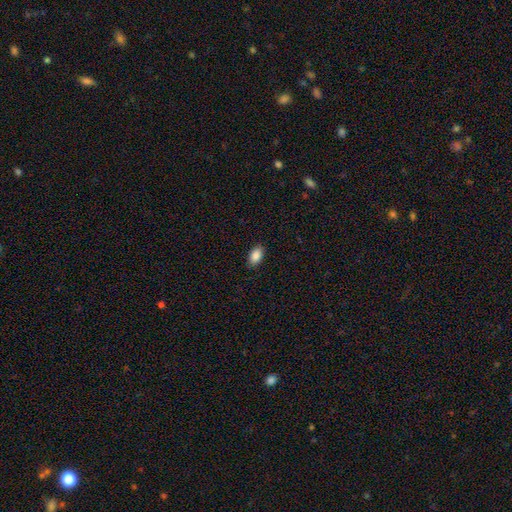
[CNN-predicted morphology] Smooth or featured? smooth (88%)
How rounded? in between (91%)
Merging? none (88%)